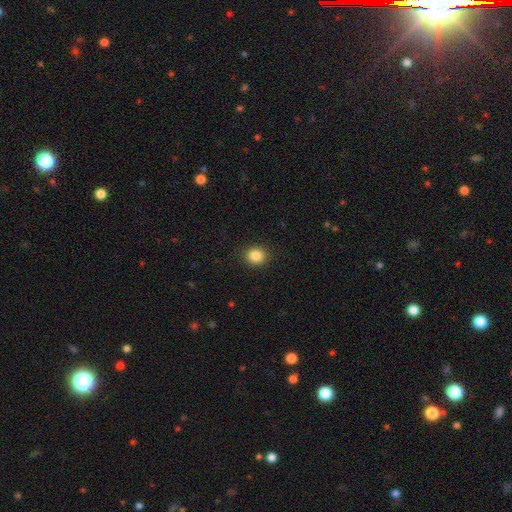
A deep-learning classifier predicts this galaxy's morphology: The model was most divided on "how rounded": round: 78%, in between: 21%, cigar-shaped: 1%. More confident: merging — none (90%); smooth or featured — smooth (86%).